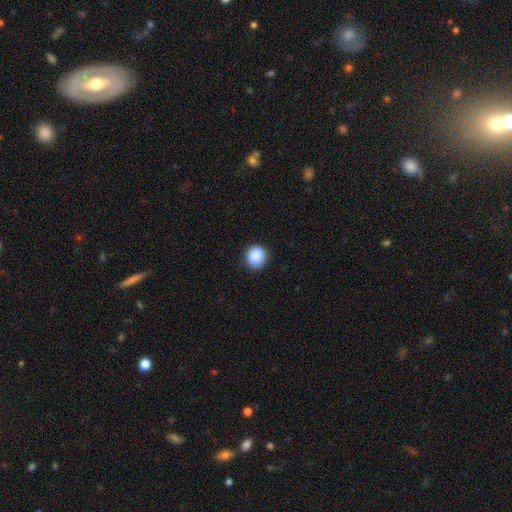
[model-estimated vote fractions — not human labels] Smooth or featured? Predicted: smooth (p=0.89). How rounded? Predicted: round (p=0.86). Merging? Predicted: none (p=0.87).